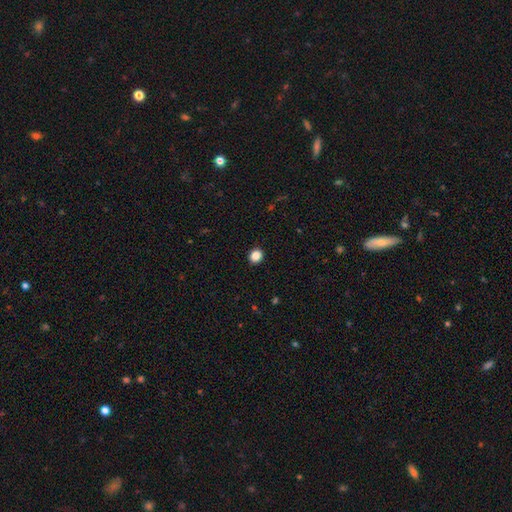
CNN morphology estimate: The model was most divided on "how rounded": round: 75%, in between: 24%, cigar-shaped: 1%. More confident: merging — none (92%); smooth or featured — smooth (87%).